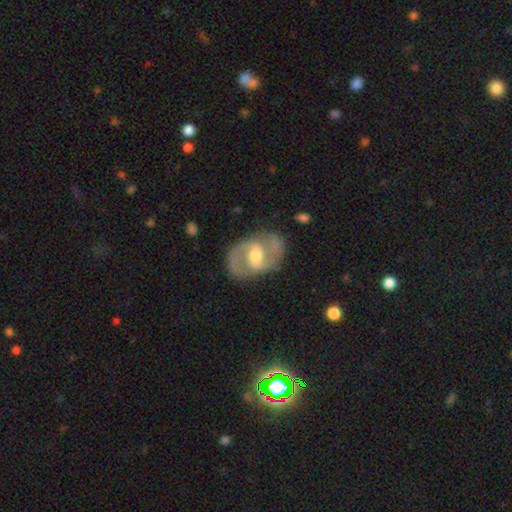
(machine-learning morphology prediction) smooth_or_featured: featured or disk (p=0.85) [alt: smooth p=0.11]
disk_edge_on: no (p=0.97) [alt: yes p=0.03]
bar: weak (p=0.52) [alt: strong p=0.27]
has_spiral_arms: yes (p=0.92) [alt: no p=0.08]
spiral_winding: medium (p=0.58) [alt: tight p=0.23]
spiral_arm_count: 2 (p=0.91) [alt: can't tell p=0.04]
bulge_size: moderate (p=0.67) [alt: small p=0.23]
merging: none (p=0.80) [alt: minor disturbance p=0.13]